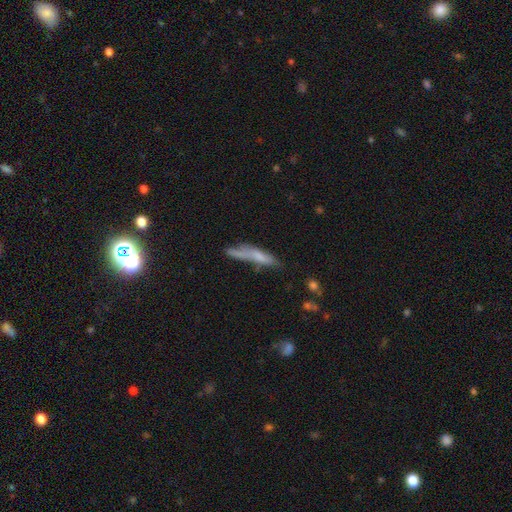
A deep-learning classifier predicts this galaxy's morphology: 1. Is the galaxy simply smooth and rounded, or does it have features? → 56% smooth, 34% featured or disk, 10% star or artifact.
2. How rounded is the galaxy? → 86% cigar-shaped, 12% in between, 2% round.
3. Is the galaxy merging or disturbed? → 51% none, 27% minor disturbance, 13% major disturbance, 9% merger.